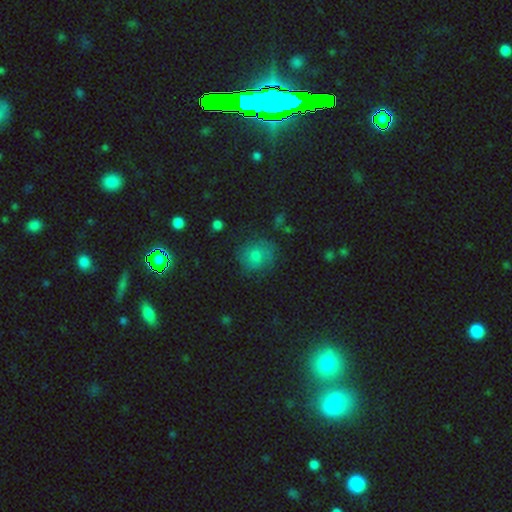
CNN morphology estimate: smooth_or_featured: smooth (p=0.59) [alt: star or artifact p=0.22]
how_rounded: round (p=0.83) [alt: in between p=0.16]
merging: none (p=0.74) [alt: minor disturbance p=0.17]